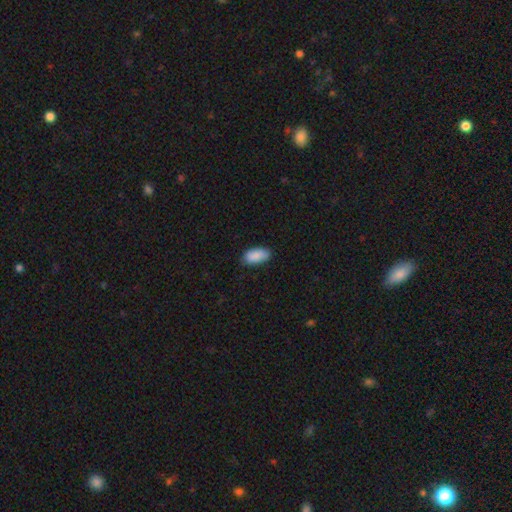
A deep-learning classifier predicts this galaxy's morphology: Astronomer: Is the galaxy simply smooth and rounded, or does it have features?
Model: smooth — 89%.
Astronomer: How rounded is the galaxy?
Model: in between — 93%.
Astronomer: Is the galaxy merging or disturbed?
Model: none — 78%.